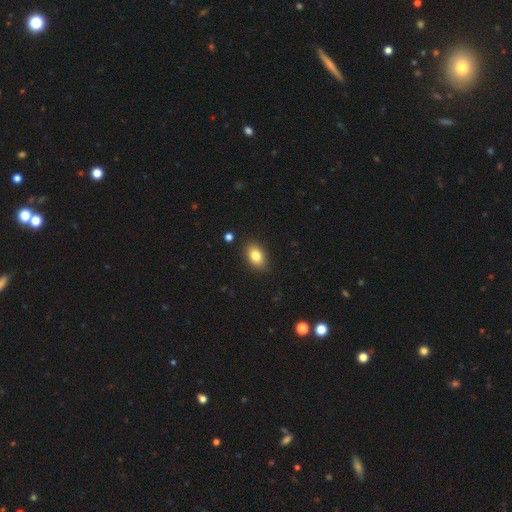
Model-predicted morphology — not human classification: smooth 82%, featured or disk 9%, star or artifact 9%. Down the decision tree: how rounded — in between (83%); merging — none (87%).